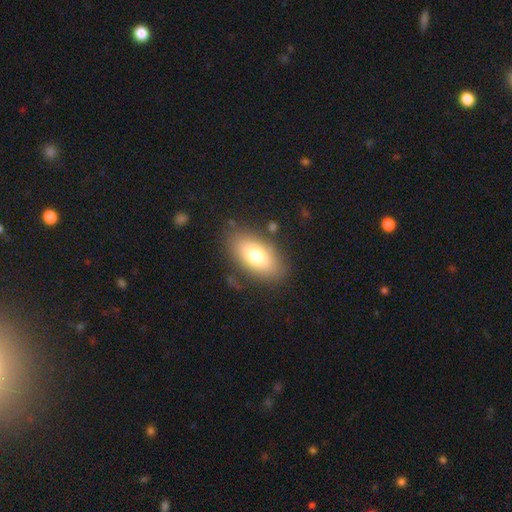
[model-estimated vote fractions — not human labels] Q: Smooth or featured?
A: smooth (76%); runner-up: featured or disk (16%)
Q: How rounded?
A: in between (90%); runner-up: cigar-shaped (6%)
Q: Merging?
A: none (81%); runner-up: minor disturbance (13%)